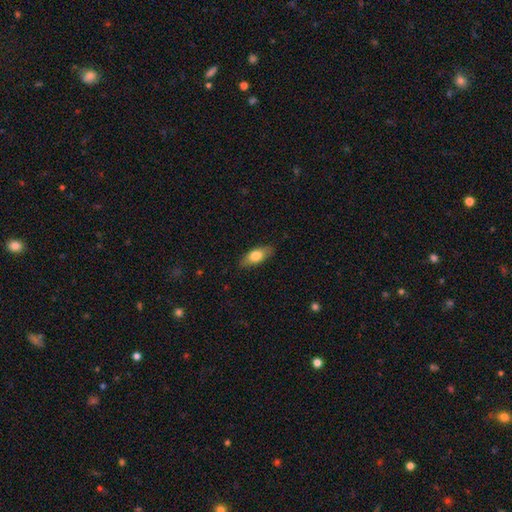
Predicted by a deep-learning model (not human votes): A smooth galaxy with no disk features (74%) that is in between round and cigar-shaped (82%). Merging: none (84%).